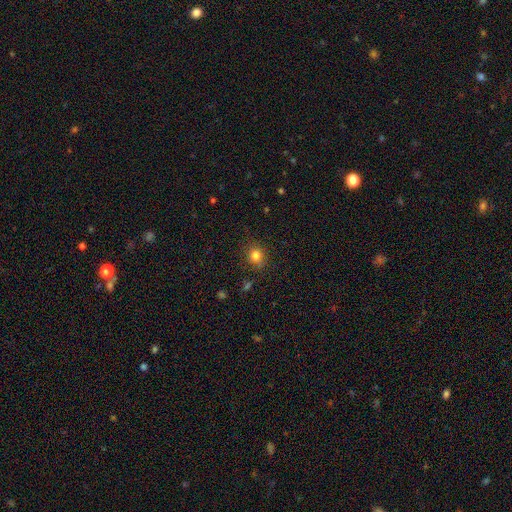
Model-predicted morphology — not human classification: This appears to be a smooth galaxy with no disk features (80%) that is round (77%). Merging: none (83%).